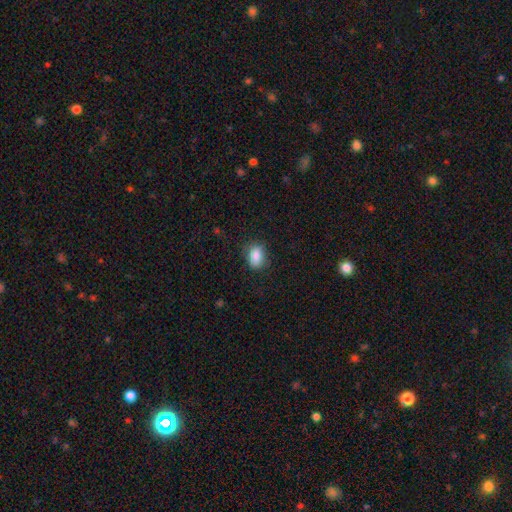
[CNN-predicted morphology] Smooth or featured: smooth — 85% (star or artifact — 9%)
How rounded: in between — 74% (round — 24%)
Merging: none — 80% (minor disturbance — 15%)